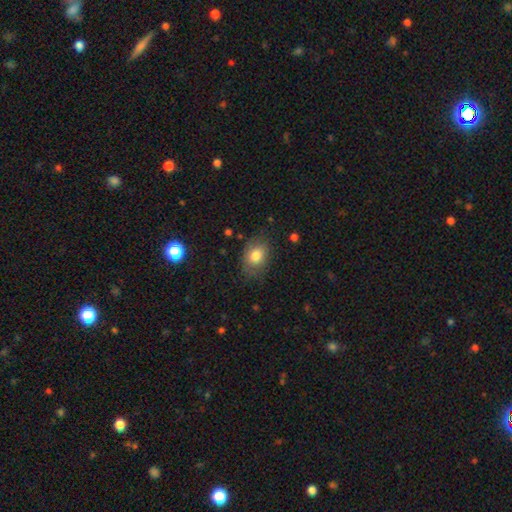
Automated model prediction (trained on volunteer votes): Morphology: type=smooth (79%); roundness=in between (72%); merging=none (71%).